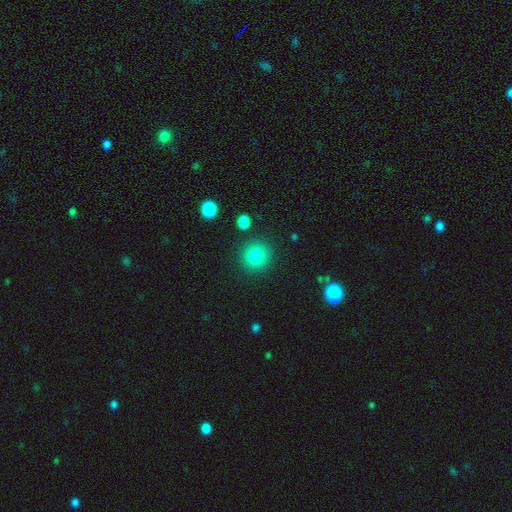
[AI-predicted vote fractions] This appears to be a smooth galaxy with no disk features (84%) that is round (93%). Merging: none (89%).